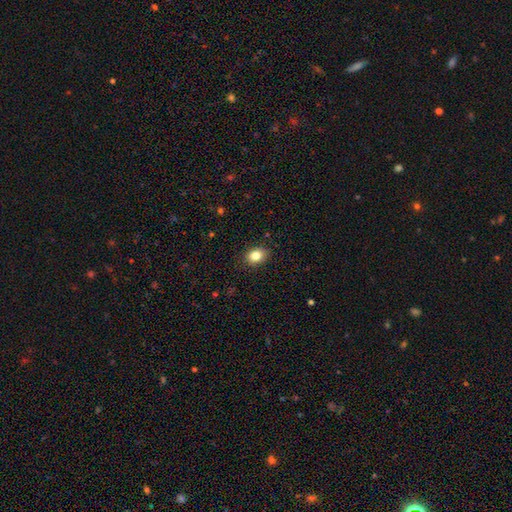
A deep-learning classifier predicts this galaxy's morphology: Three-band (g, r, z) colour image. It shows a smooth galaxy with no disk features (83%) that is in between round and cigar-shaped (61%). Merging: none (88%).